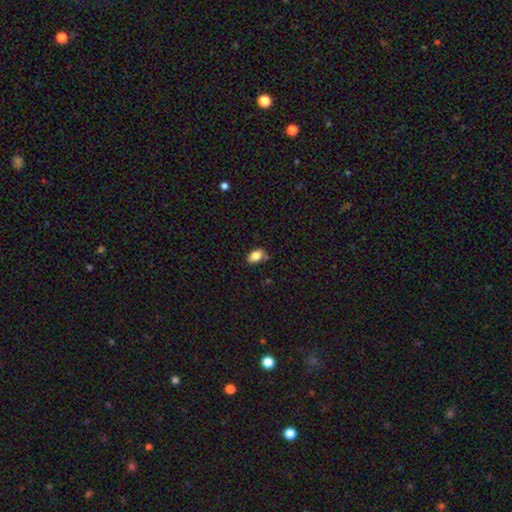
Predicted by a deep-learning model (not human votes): A smooth galaxy with no disk features (82%) that is in between round and cigar-shaped (88%). Merging: none (71%).